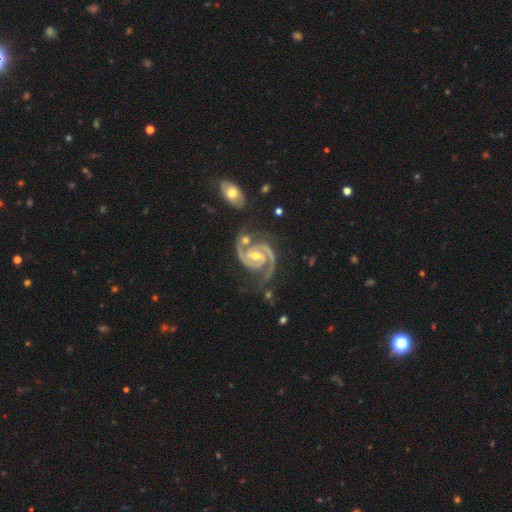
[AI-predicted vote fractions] Q: Smooth or featured?
A: featured or disk (94%); runner-up: star or artifact (4%)
Q: Edge-on disk?
A: no (98%); runner-up: yes (2%)
Q: Bar?
A: weak (42%); runner-up: strong (31%)
Q: Spiral arms?
A: yes (99%); runner-up: no (1%)
Q: Spiral winding?
A: tight (51%); runner-up: medium (44%)
Q: Spiral arm count?
A: 2 (92%); runner-up: 3 (3%)
Q: Bulge size?
A: moderate (62%); runner-up: small (33%)
Q: Merging?
A: none (60%); runner-up: minor disturbance (19%)